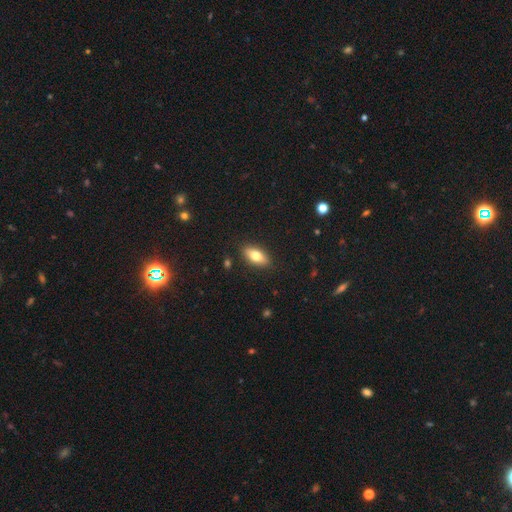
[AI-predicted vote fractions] Smooth or featured?
  - smooth: 74% *
  - featured or disk: 19%
  - star or artifact: 7%
How rounded?
  - in between: 84% *
  - cigar-shaped: 12%
  - round: 4%
Merging?
  - none: 88% *
  - minor disturbance: 9%
  - major disturbance: 2%
  - merger: 1%